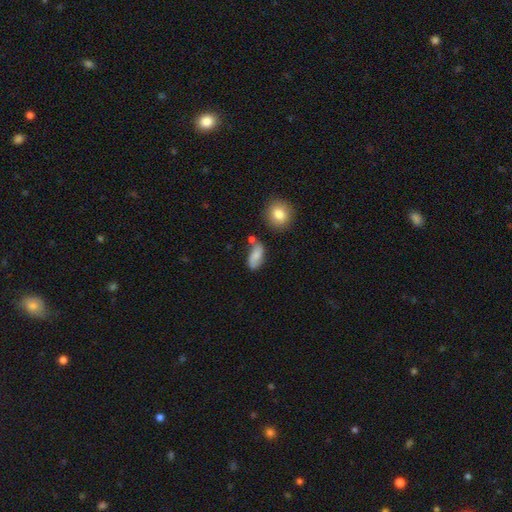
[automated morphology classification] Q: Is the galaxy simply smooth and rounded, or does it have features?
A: smooth — 74%.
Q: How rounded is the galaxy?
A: in between — 86%.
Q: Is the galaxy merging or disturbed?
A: none — 58%.